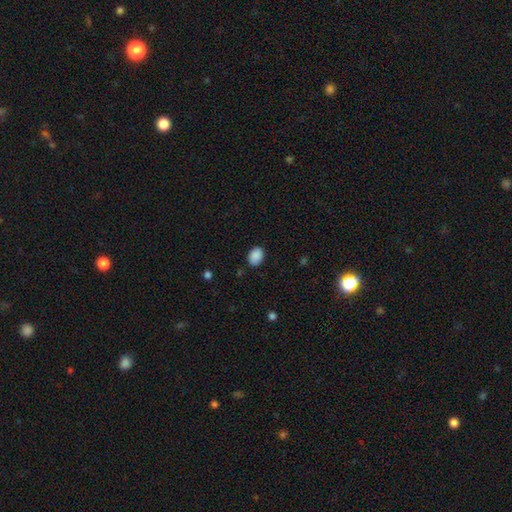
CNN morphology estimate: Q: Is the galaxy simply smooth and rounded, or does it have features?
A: smooth — 89%.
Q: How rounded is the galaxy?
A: in between — 77%.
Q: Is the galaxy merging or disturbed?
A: none — 81%.